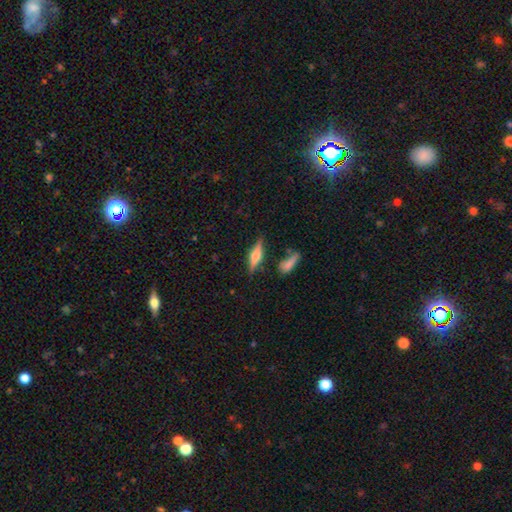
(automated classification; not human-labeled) Smooth or featured?
  - featured or disk: 55% *
  - smooth: 38%
  - star or artifact: 7%
Edge-on disk?
  - yes: 94% *
  - no: 6%
Edge-on bulge?
  - rounded: 83% *
  - boxy: 13%
  - none: 5%
Merging?
  - none: 77% *
  - minor disturbance: 13%
  - merger: 6%
  - major disturbance: 4%